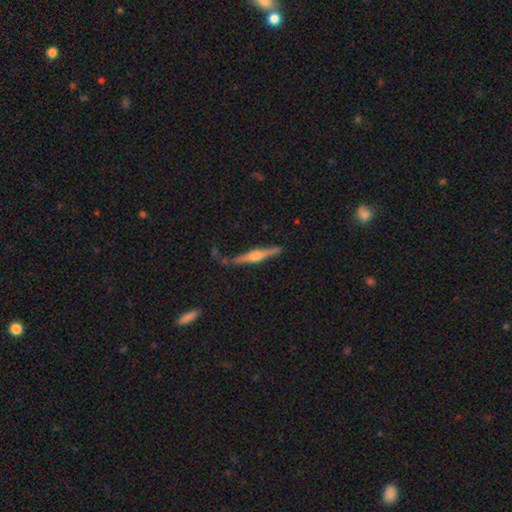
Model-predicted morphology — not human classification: type=featured or disk (73%); edge-on=yes (98%); edge-on bulge=rounded (89%); merging=none (83%).